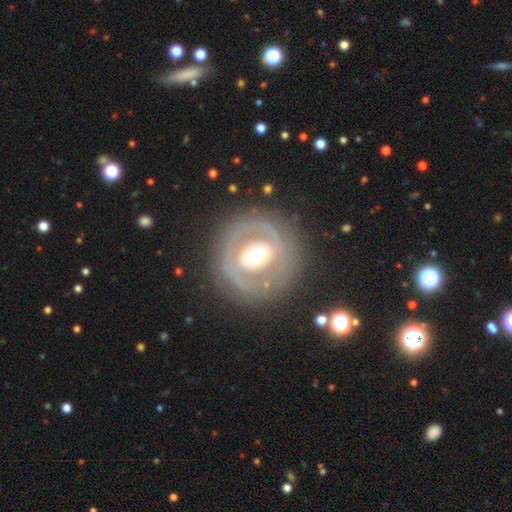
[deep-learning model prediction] The model was most divided on "bar": no: 35%, strong: 34%, weak: 31%. More confident: edge-on disk — no (94%); merging — none (76%); smooth or featured — featured or disk (68%); spiral arms — no (67%); bulge size — moderate (63%).